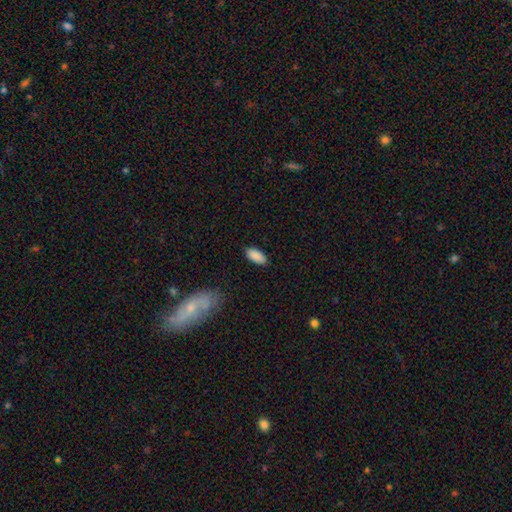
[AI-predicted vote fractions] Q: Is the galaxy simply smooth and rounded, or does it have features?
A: smooth — 89%.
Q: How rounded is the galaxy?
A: in between — 90%.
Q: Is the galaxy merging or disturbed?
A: none — 85%.